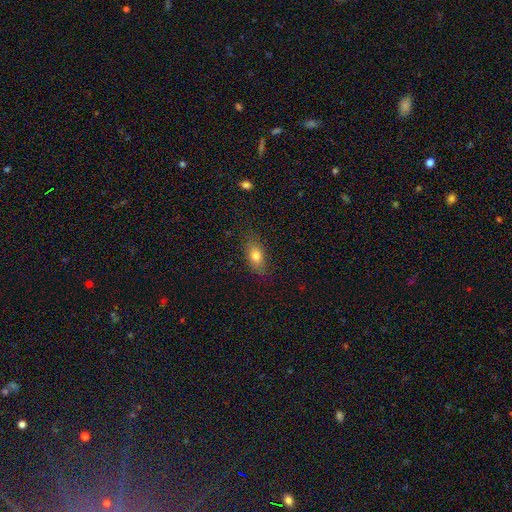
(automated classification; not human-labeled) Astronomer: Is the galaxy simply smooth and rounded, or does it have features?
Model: smooth — 78%.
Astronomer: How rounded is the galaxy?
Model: in between — 81%.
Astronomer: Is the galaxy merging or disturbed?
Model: none — 82%.